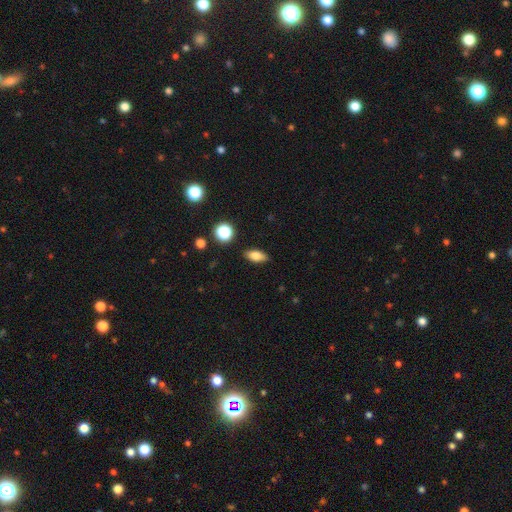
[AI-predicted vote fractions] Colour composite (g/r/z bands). It shows a smooth galaxy with no disk features (78%) that is in between round and cigar-shaped (83%). Merging: none (87%).